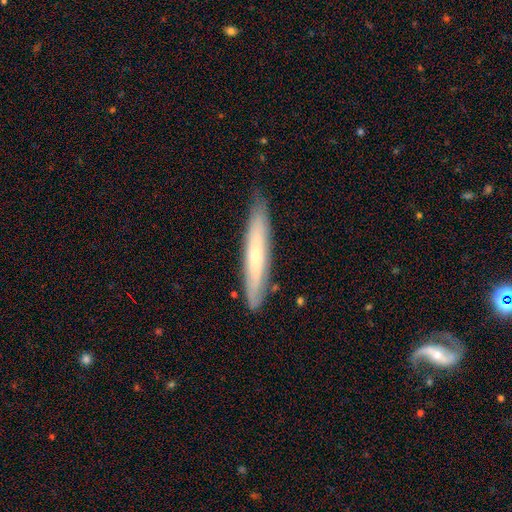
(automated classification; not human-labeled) A smooth galaxy with no disk features (47%, tied with featured or disk).

Vote fractions:
- Smooth or featured? smooth: 47% (tied) / featured or disk: 47% (tied) / star or artifact: 6%
- Merging? none: 83% / minor disturbance: 14% / major disturbance: 2% / merger: 1%